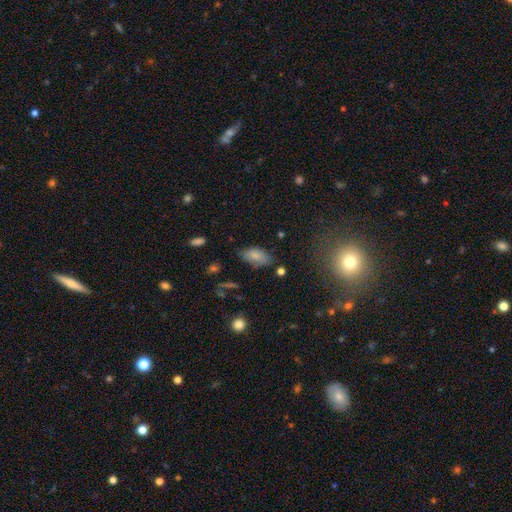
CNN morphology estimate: This appears to be a smooth galaxy with no disk features (81%) that is in between round and cigar-shaped (93%). Merging: none (67%).